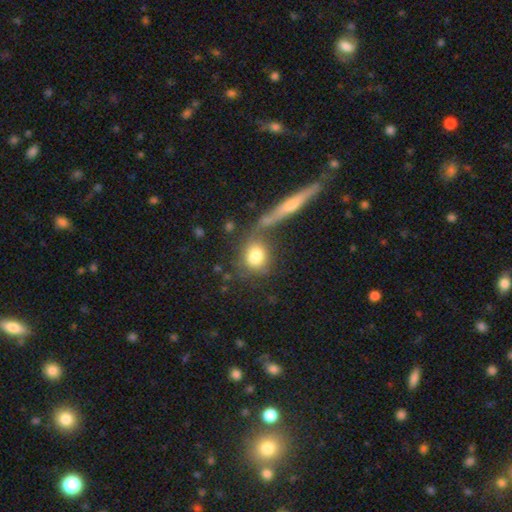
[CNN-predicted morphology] Smooth or featured: smooth — 78% (featured or disk — 13%)
How rounded: round — 62% (in between — 34%)
Merging: none — 50% (merger — 27%)